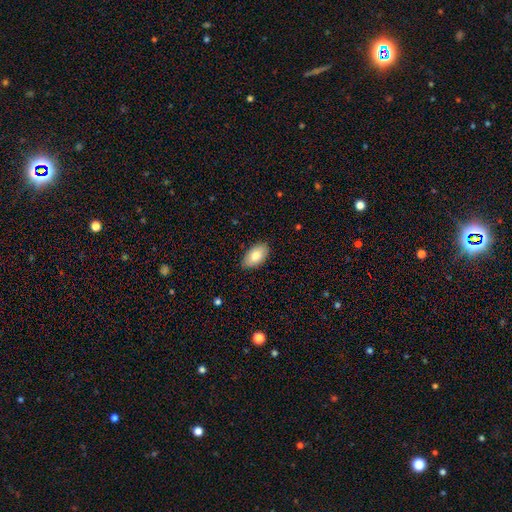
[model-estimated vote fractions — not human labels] Overall: smooth (79%). How rounded: in between (94%). Merging: none (86%).